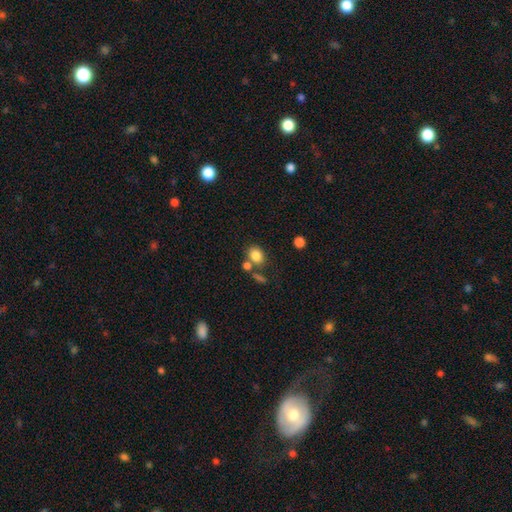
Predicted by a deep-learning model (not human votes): smooth-or-featured: smooth: 82% | star or artifact: 10% | featured or disk: 8%
  how-rounded: in between: 52% | round: 46% | cigar-shaped: 1%
  merging: none: 59% | merger: 23% | minor disturbance: 13% | major disturbance: 5%